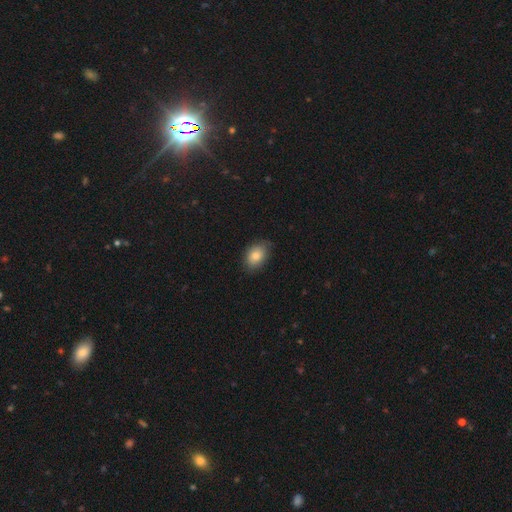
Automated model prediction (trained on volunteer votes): Smooth or featured? Predicted: smooth (p=0.82). How rounded? Predicted: in between (p=0.80). Merging? Predicted: none (p=0.80).